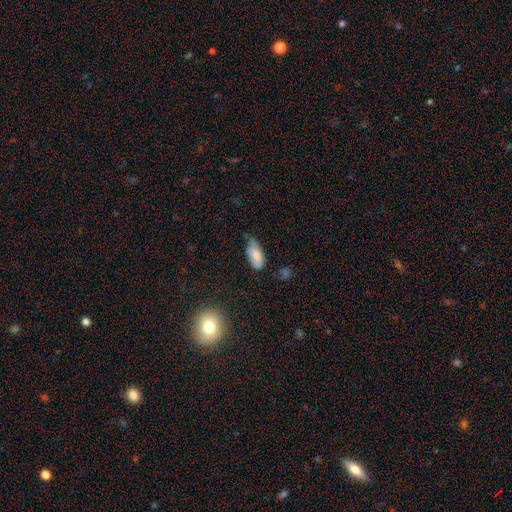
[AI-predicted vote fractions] Smooth or featured? Predicted: smooth (p=0.77). How rounded? Predicted: in between (p=0.91). Merging? Predicted: none (p=0.48).